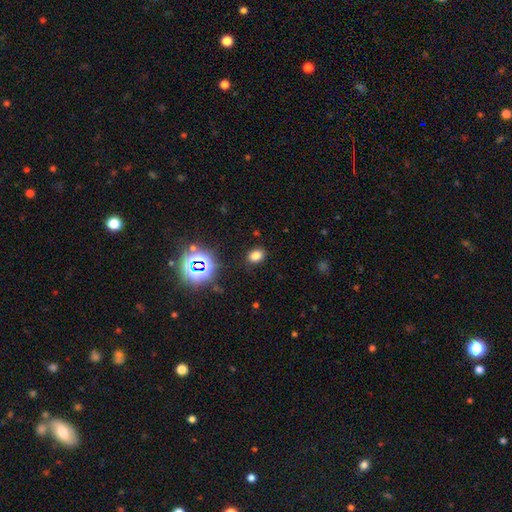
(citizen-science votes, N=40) smooth 88%, star or artifact 8%, featured or disk 5%. Down the decision tree: how rounded — in between (60%); merging — none (95%).